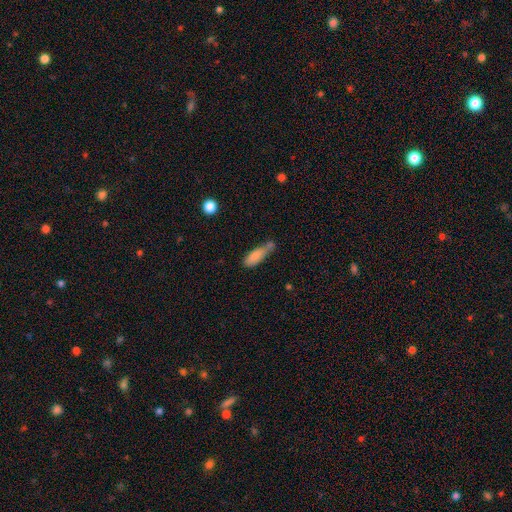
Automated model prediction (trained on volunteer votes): smooth_or_featured: smooth (p=0.79) [alt: featured or disk p=0.13]
how_rounded: in between (p=0.52) [alt: cigar-shaped p=0.46]
merging: none (p=0.35) [alt: minor disturbance p=0.29]